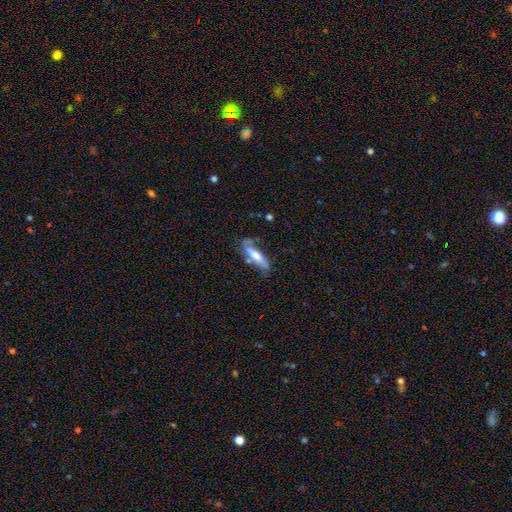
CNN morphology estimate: This is possibly a smooth galaxy (53%). How rounded: likely cigar-shaped (67%). Merging: possibly none (55%).